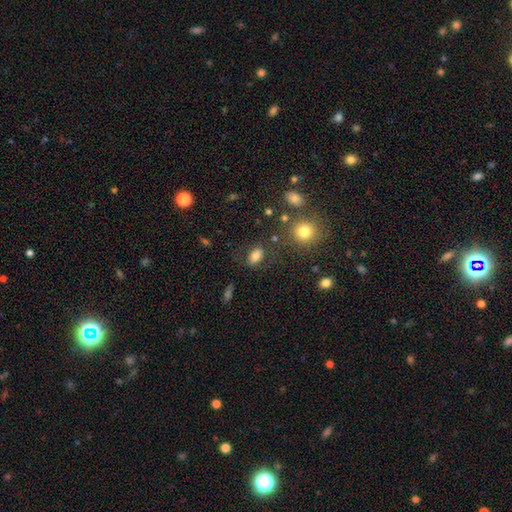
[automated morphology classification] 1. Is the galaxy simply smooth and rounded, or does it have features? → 78% smooth, 12% star or artifact, 10% featured or disk.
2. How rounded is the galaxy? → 85% in between, 13% round, 2% cigar-shaped.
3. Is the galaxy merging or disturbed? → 73% none, 16% minor disturbance, 7% major disturbance, 4% merger.